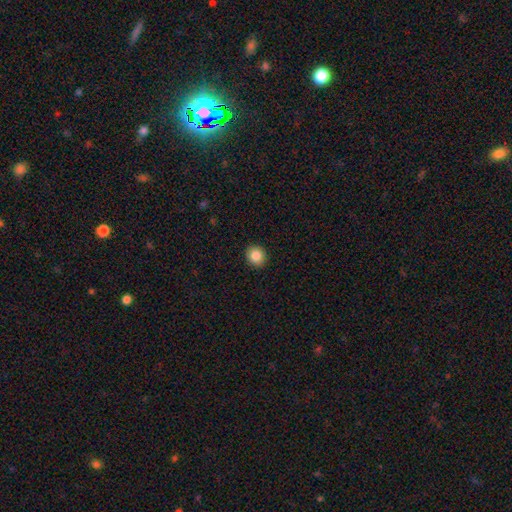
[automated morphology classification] Overall: smooth (86%). How rounded: round (82%). Merging: none (92%).